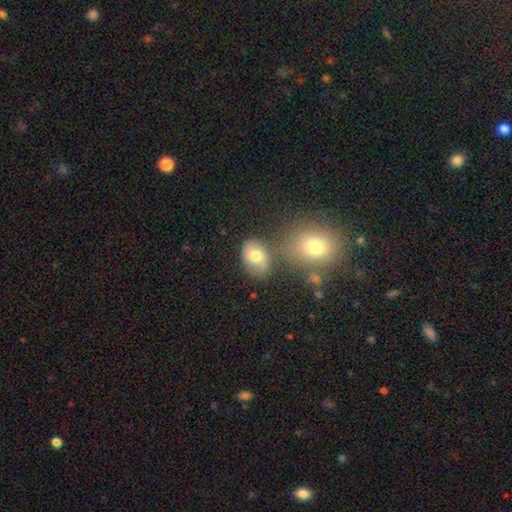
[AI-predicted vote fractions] smooth 68%, featured or disk 20%, star or artifact 12%. Down the decision tree: how rounded — in between (68%); merging — none (61%).